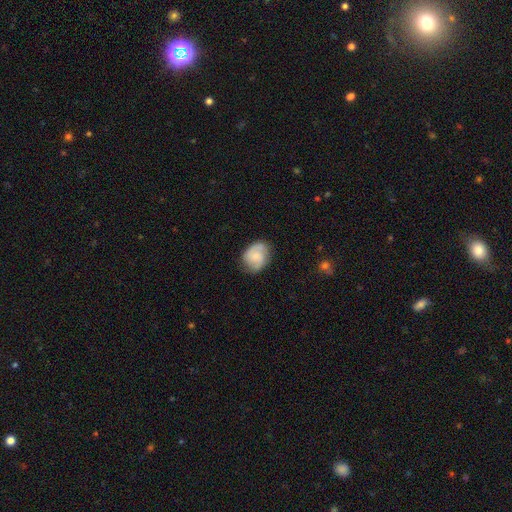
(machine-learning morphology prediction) Overall: featured or disk (53%; smooth 40%). Edge-on disk: no (97%). Bar: no (56%; weak 38%). Spiral arms: yes (91%). Bulge size: small (46%; moderate 27%). Merging: none (75%).